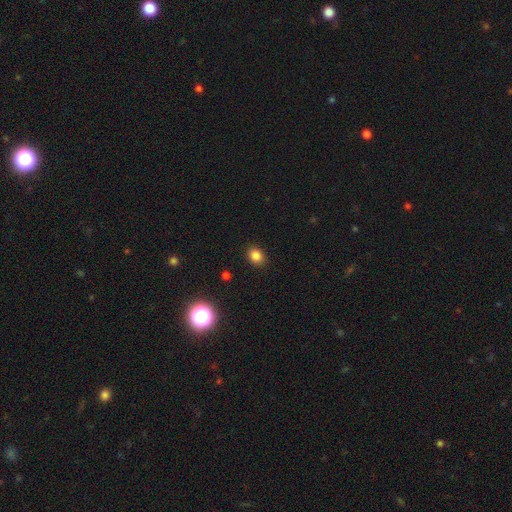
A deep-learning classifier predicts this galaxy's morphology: Smooth or featured?
  - smooth: 84% *
  - star or artifact: 12%
  - featured or disk: 4%
How rounded?
  - round: 50% *
  - in between: 49%
  - cigar-shaped: 1%
Merging?
  - none: 89% *
  - minor disturbance: 7%
  - major disturbance: 2%
  - merger: 1%